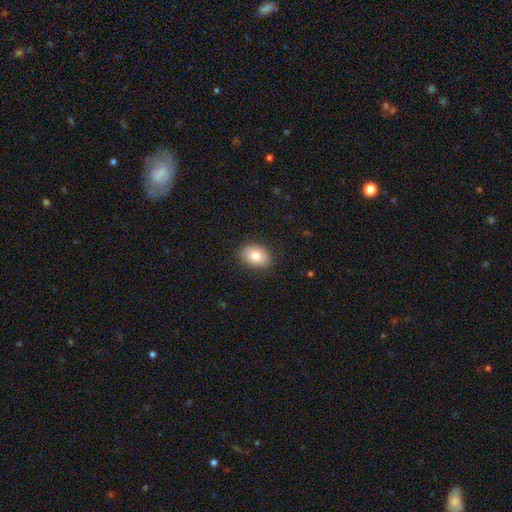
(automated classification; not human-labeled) Q: Smooth or featured?
A: smooth (81%); runner-up: featured or disk (10%)
Q: How rounded?
A: in between (80%); runner-up: round (19%)
Q: Merging?
A: none (88%); runner-up: minor disturbance (9%)